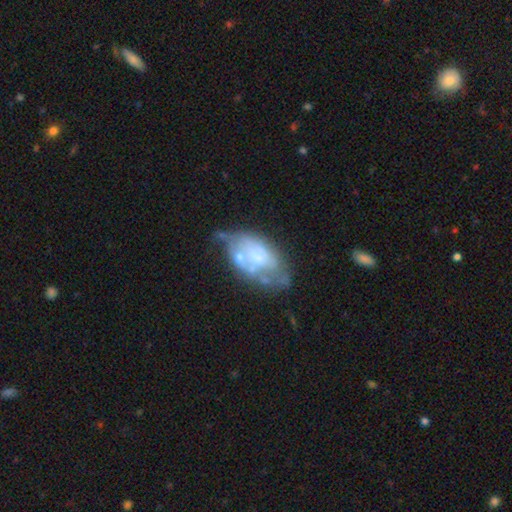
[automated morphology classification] Overall: featured or disk (59%; smooth 33%). Edge-on disk: no (96%). Bar: no (83%). Spiral arms: no (69%; yes 31%). Bulge size: small (35%; moderate 29%). Merging: none (32%; minor disturbance 28%).